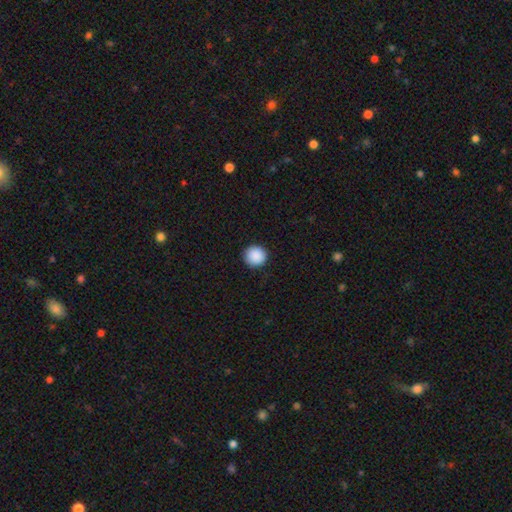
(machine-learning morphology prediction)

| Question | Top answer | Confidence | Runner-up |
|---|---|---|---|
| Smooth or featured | smooth | 90% | star or artifact (8%) |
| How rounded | round | 95% | in between (4%) |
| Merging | none | 92% | minor disturbance (5%) |